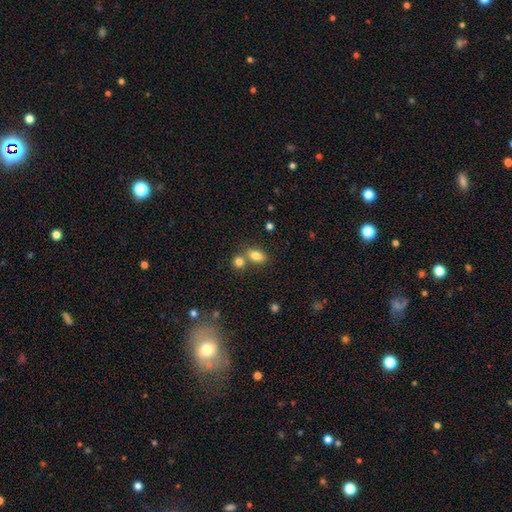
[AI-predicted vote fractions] Overall: smooth (82%). How rounded: in between (85%). Merging: none (54%; merger 31%).